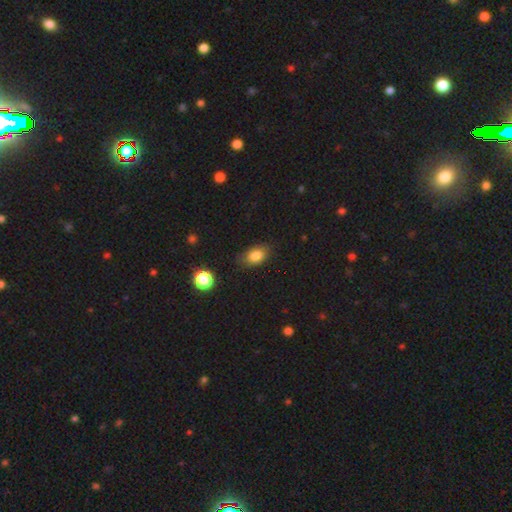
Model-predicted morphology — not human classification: Overall: smooth (83%). How rounded: in between (85%). Merging: none (77%).